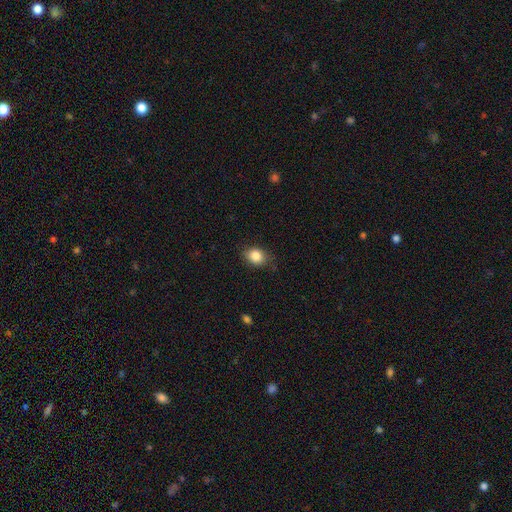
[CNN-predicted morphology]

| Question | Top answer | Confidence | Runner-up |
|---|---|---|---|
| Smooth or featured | smooth | 85% | star or artifact (9%) |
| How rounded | in between | 55% | round (44%) |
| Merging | none | 78% | minor disturbance (17%) |